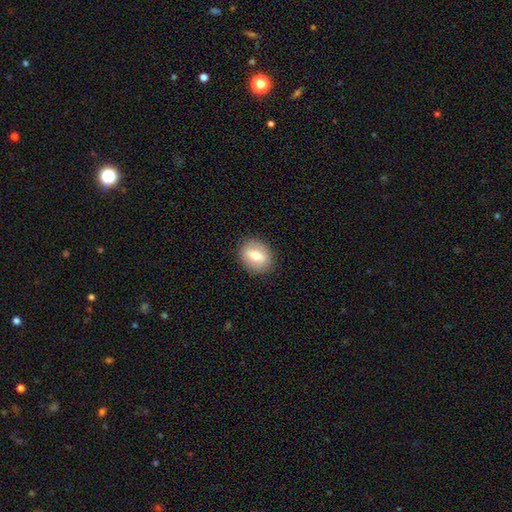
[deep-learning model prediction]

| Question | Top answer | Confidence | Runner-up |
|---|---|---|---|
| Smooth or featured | smooth | 61% | featured or disk (31%) |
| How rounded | round | 53% | in between (45%) |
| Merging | none | 87% | minor disturbance (9%) |